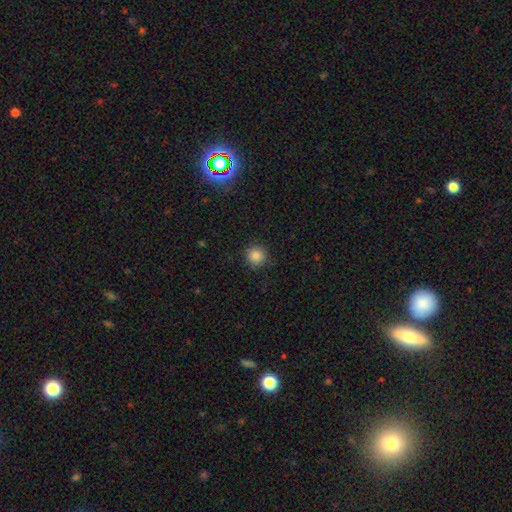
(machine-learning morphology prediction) This is clearly a smooth galaxy (84%). How rounded: clearly round (95%). Merging: clearly none (90%).